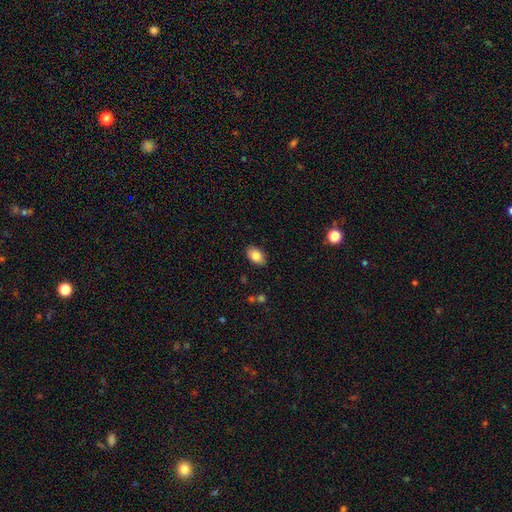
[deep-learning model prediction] Overall: smooth (86%). How rounded: in between (90%). Merging: none (87%).